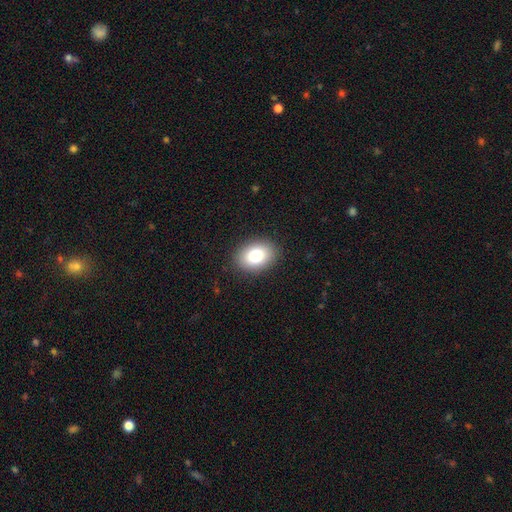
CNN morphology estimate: Smooth or featured?
  - smooth: 80% *
  - featured or disk: 11%
  - star or artifact: 9%
How rounded?
  - in between: 76% *
  - round: 23%
  - cigar-shaped: 1%
Merging?
  - none: 89% *
  - minor disturbance: 8%
  - major disturbance: 2%
  - merger: 1%